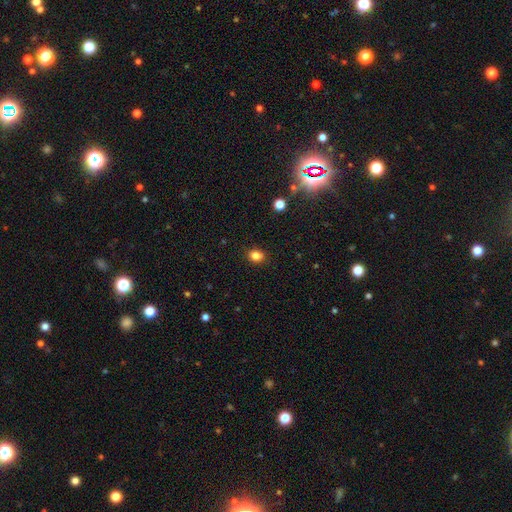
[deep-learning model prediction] Overall: smooth (83%). How rounded: in between (52%; round 47%). Merging: none (87%).